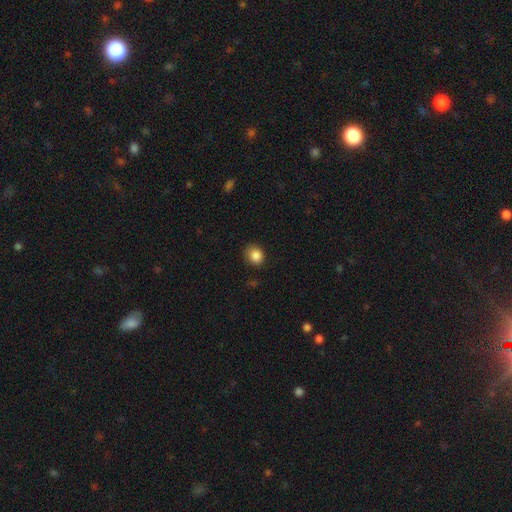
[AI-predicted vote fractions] A smooth galaxy with no disk features (86%) that is round (78%). Merging: none (79%).